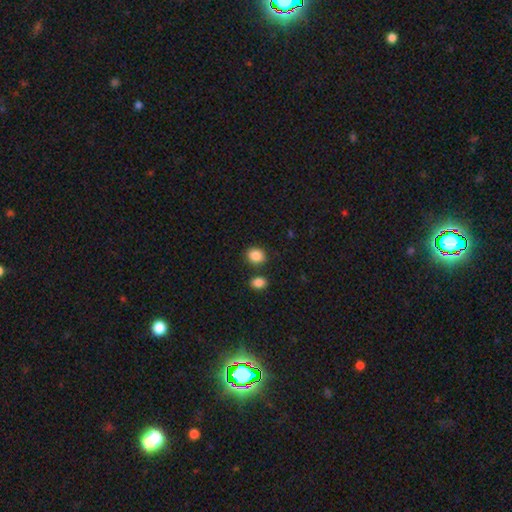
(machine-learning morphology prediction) smooth-or-featured: smooth: 87% | star or artifact: 9% | featured or disk: 4%
  how-rounded: round: 60% | in between: 39% | cigar-shaped: 1%
  merging: none: 79% | minor disturbance: 9% | merger: 9% | major disturbance: 3%